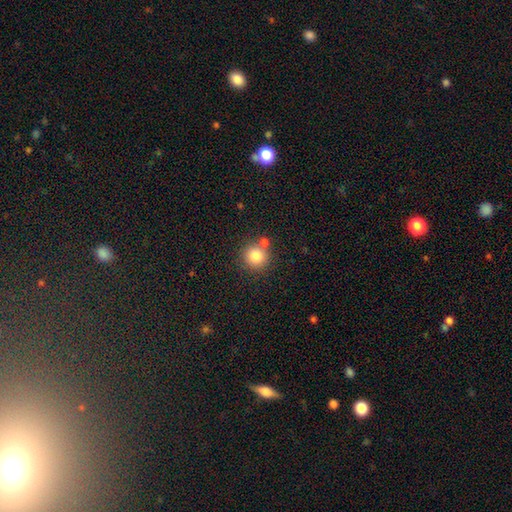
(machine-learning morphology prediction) A smooth galaxy with no disk features (83%) that is round (93%). Merging: none (73%).